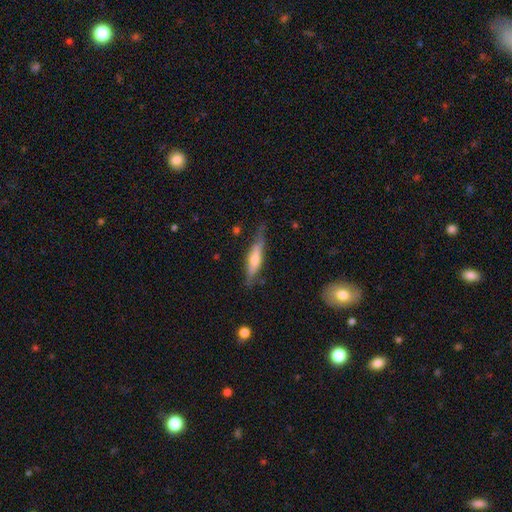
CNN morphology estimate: This is possibly a featured or disk galaxy (56%). It is clearly viewed edge-on (91%). Edge-on bulge: likely rounded (77%). Merging: likely none (74%).